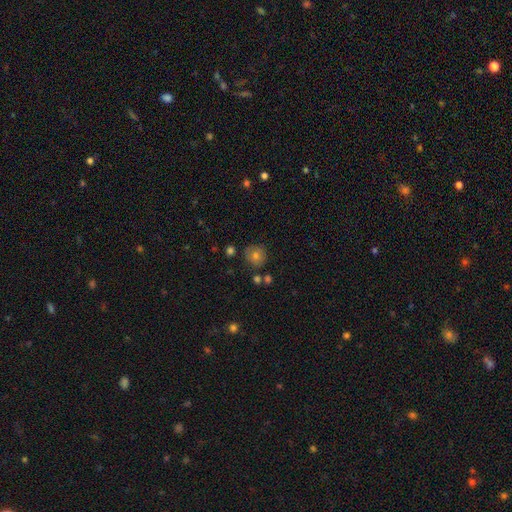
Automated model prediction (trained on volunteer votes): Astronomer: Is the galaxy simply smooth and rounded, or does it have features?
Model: smooth — 73%.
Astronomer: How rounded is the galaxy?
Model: round — 90%.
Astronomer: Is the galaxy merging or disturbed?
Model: none — 81%.